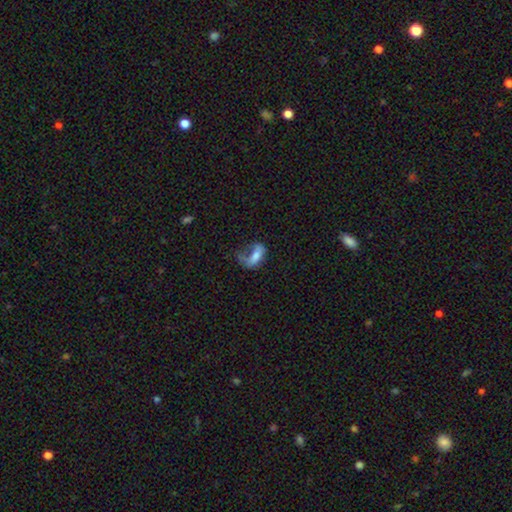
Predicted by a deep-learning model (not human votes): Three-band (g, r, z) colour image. It shows a smooth galaxy with no disk features (56%) that is in between round and cigar-shaped (82%). Merging: major disturbance (53%).